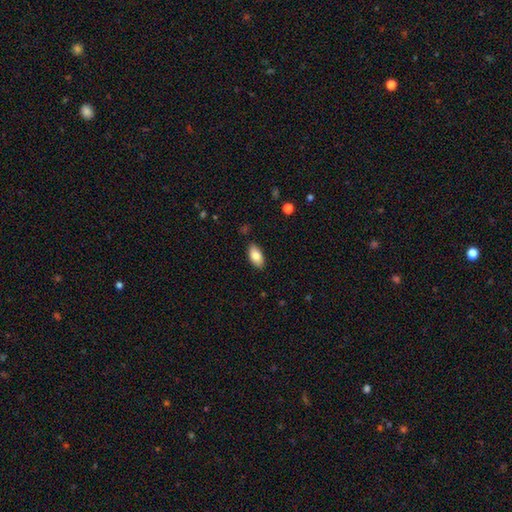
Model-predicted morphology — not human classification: Smooth or featured?
  - smooth: 84% *
  - featured or disk: 10%
  - star or artifact: 7%
How rounded?
  - in between: 93% *
  - cigar-shaped: 4%
  - round: 3%
Merging?
  - none: 87% *
  - minor disturbance: 9%
  - major disturbance: 2%
  - merger: 1%